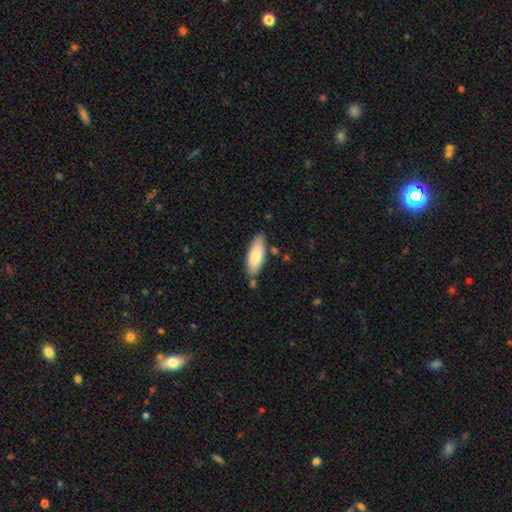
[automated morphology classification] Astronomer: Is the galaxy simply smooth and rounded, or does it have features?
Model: smooth — 80%.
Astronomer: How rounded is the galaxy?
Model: in between — 73%.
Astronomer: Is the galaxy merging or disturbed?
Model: none — 78%.